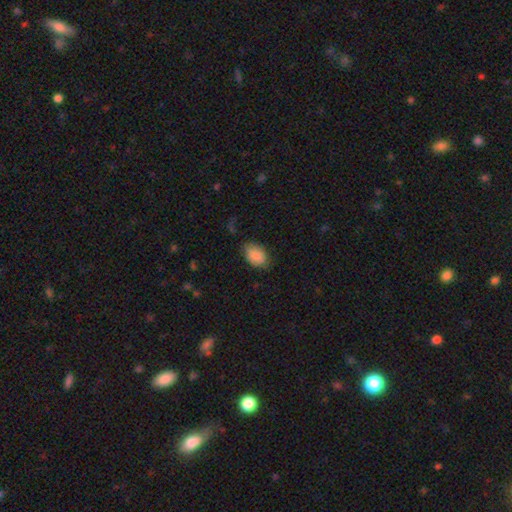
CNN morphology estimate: Smooth or featured? smooth (88%)
How rounded? in between (86%)
Merging? none (77%)